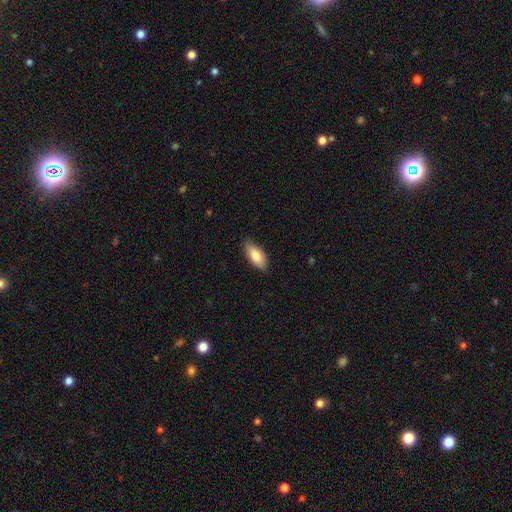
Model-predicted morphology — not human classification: type=smooth (83%); roundness=in between (86%); merging=none (83%).